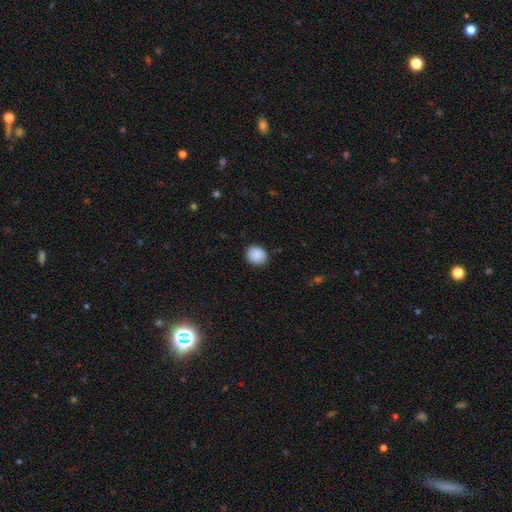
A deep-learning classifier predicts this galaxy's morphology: This is clearly a smooth galaxy (90%). How rounded: clearly round (81%). Merging: clearly none (90%).